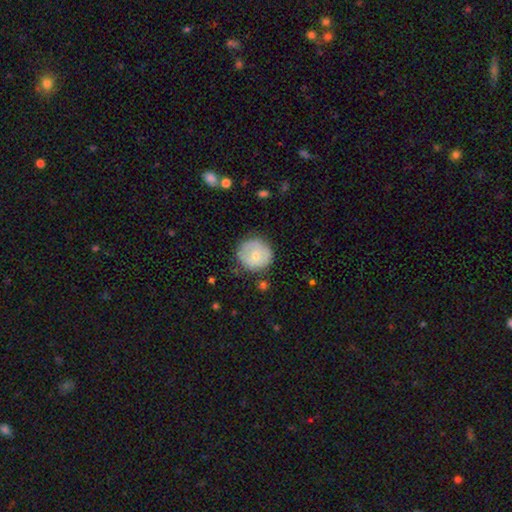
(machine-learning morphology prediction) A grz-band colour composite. It shows a smooth galaxy with no disk features (68%) that is round (90%). Merging: none (69%).